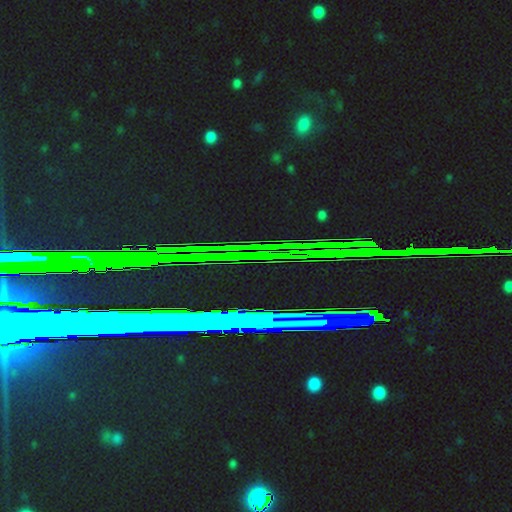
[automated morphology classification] Smooth or featured?
  - star or artifact: 84% *
  - featured or disk: 9%
  - smooth: 7%